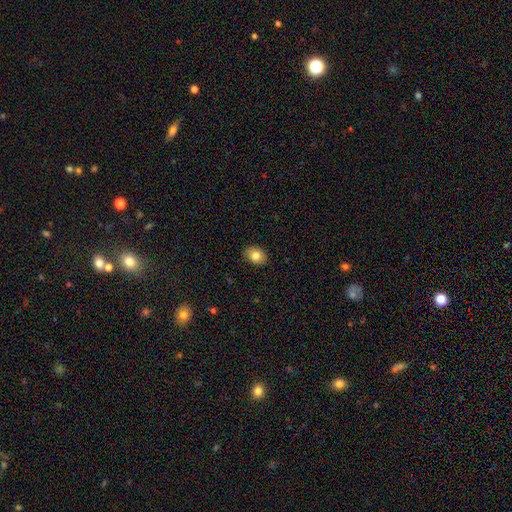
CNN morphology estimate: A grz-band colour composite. It shows a smooth galaxy with no disk features (82%) that is in between round and cigar-shaped (62%). Merging: none (88%).